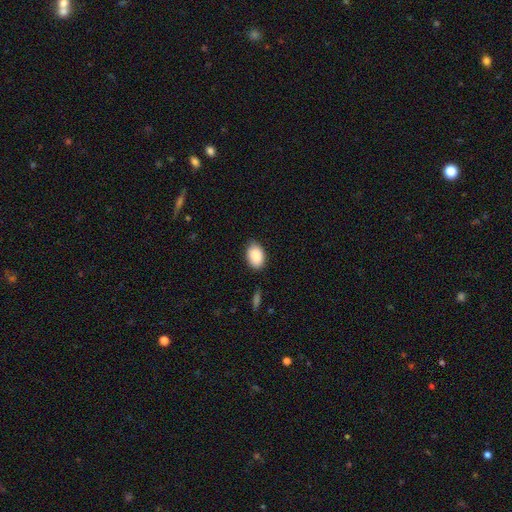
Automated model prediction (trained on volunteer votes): smooth 90%, star or artifact 6%, featured or disk 4%. Down the decision tree: how rounded — in between (88%); merging — none (82%).